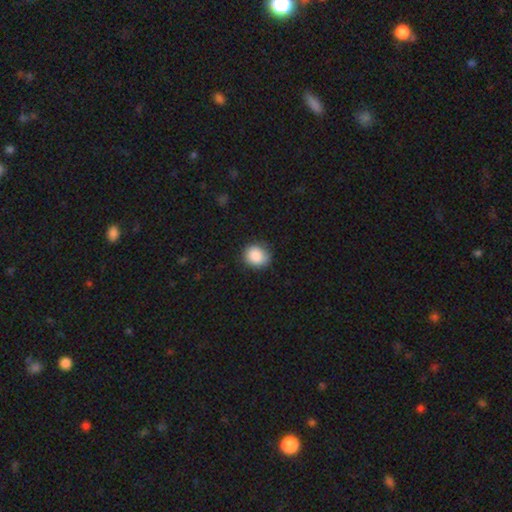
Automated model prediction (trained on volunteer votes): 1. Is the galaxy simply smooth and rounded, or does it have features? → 88% smooth, 8% star or artifact, 4% featured or disk.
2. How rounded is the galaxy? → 77% round, 22% in between, 1% cigar-shaped.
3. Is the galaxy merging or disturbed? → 82% none, 14% minor disturbance, 3% major disturbance, 1% merger.